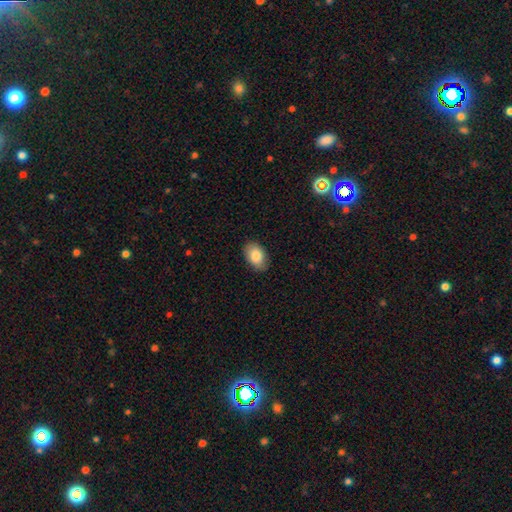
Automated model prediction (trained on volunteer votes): Overall: smooth (85%). How rounded: in between (89%). Merging: none (86%).